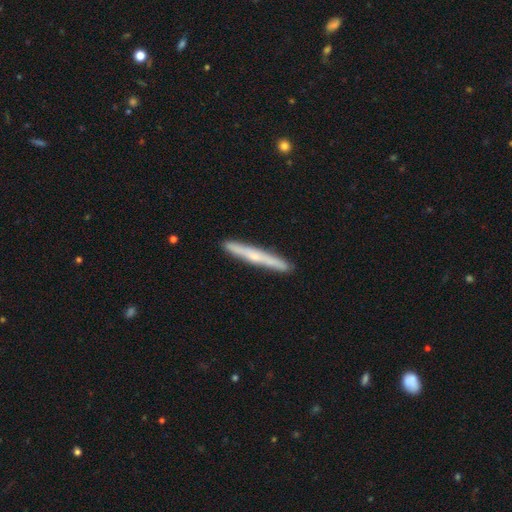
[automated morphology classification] Q: Smooth or featured?
A: featured or disk (54%); runner-up: smooth (40%)
Q: Edge-on disk?
A: yes (95%); runner-up: no (5%)
Q: Edge-on bulge?
A: rounded (55%); runner-up: none (41%)
Q: Merging?
A: none (91%); runner-up: minor disturbance (6%)